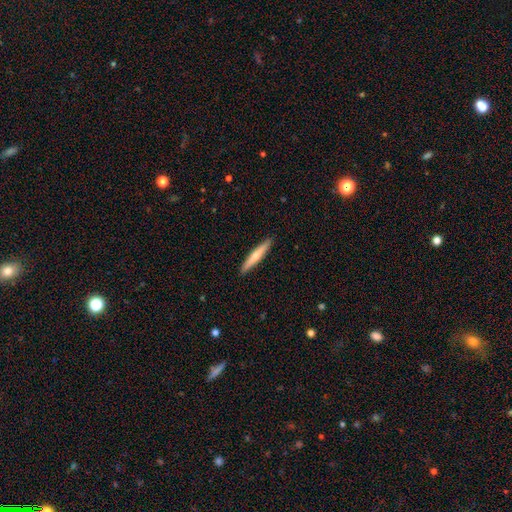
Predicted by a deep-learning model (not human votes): Q: Smooth or featured?
A: smooth (56%); runner-up: featured or disk (39%)
Q: How rounded?
A: cigar-shaped (93%); runner-up: in between (6%)
Q: Merging?
A: none (91%); runner-up: minor disturbance (6%)